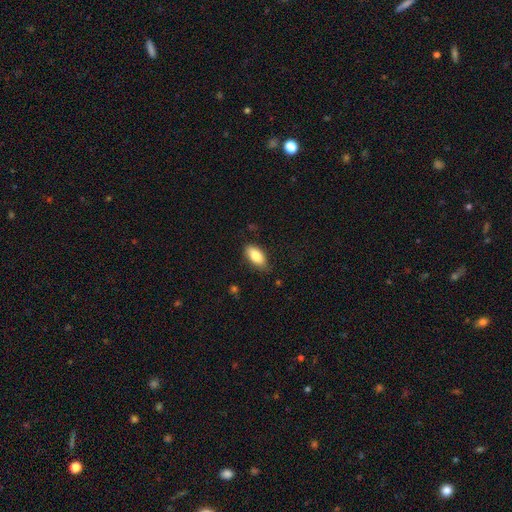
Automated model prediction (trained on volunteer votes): smooth-or-featured: smooth: 85% | featured or disk: 9% | star or artifact: 7%
  how-rounded: in between: 91% | cigar-shaped: 7% | round: 3%
  merging: none: 78% | minor disturbance: 18% | major disturbance: 3% | merger: 1%